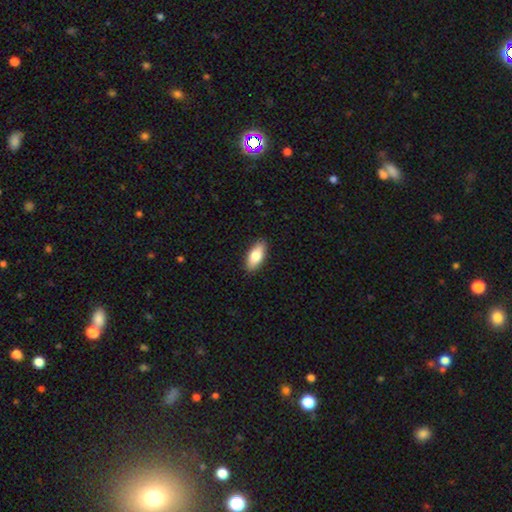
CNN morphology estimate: The model was most divided on "smooth or featured": smooth: 80%, featured or disk: 14%, star or artifact: 6%. More confident: merging — none (89%); how rounded — in between (84%).